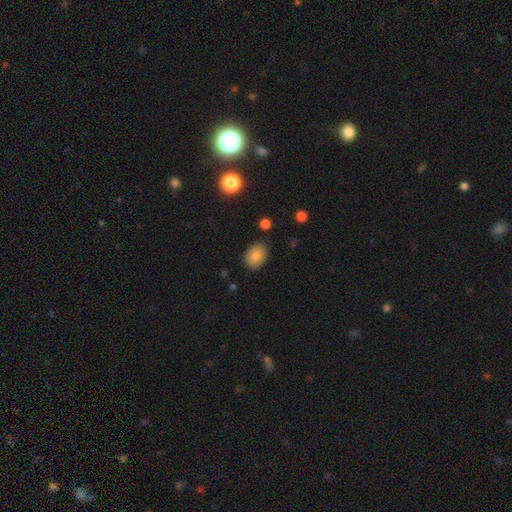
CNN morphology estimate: Smooth or featured: smooth — 86% (star or artifact — 8%)
How rounded: in between — 79% (round — 20%)
Merging: none — 82% (minor disturbance — 13%)